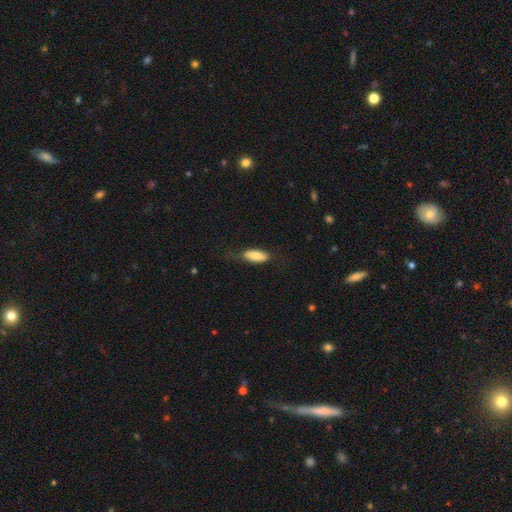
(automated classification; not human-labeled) The model was most divided on "merging": none: 63%, minor disturbance: 25%, major disturbance: 11%, merger: 1%. More confident: smooth or featured — smooth (79%); how rounded — in between (74%).